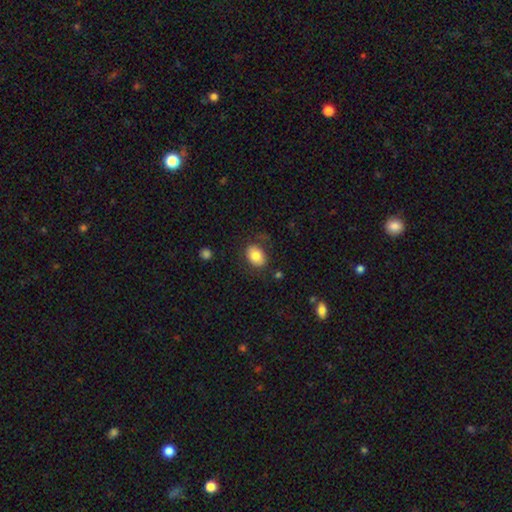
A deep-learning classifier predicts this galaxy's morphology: type=smooth (80%); roundness=in between (75%); merging=none (77%).